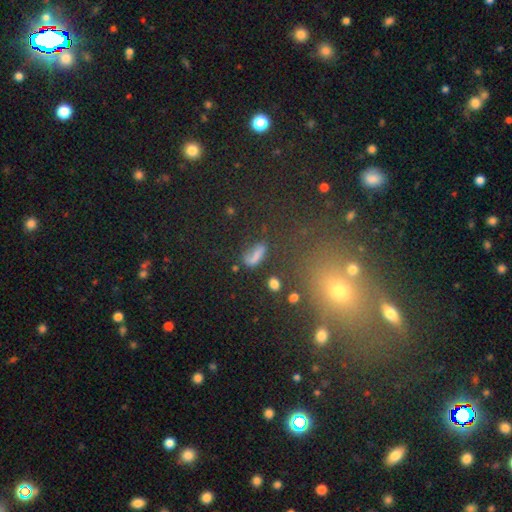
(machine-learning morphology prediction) This appears to be a smooth galaxy with no disk features (59%) that is in between round and cigar-shaped (66%). Merging: none (51%).